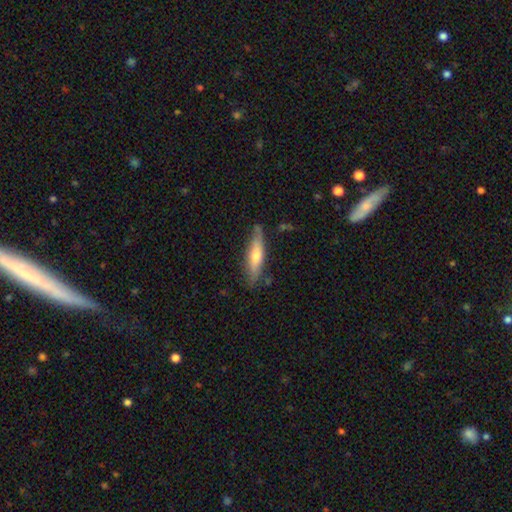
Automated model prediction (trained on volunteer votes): The model was most divided on "smooth or featured": smooth: 48%, featured or disk: 46%, star or artifact: 6%. More confident: merging — none (80%).